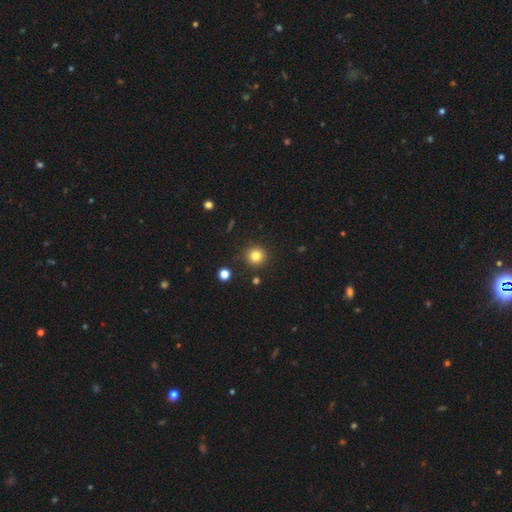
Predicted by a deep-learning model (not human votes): Smooth or featured? smooth (81%)
How rounded? round (95%)
Merging? none (89%)